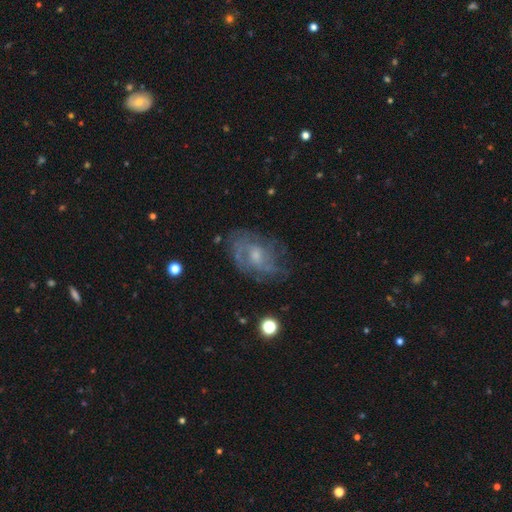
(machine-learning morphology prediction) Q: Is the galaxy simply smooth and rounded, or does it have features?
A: featured or disk — 69%.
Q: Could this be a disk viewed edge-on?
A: no — 96%.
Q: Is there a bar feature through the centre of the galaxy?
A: no — 66%.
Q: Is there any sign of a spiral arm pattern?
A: yes — 72%.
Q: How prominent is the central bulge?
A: small — 45%.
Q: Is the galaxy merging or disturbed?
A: none — 64%.